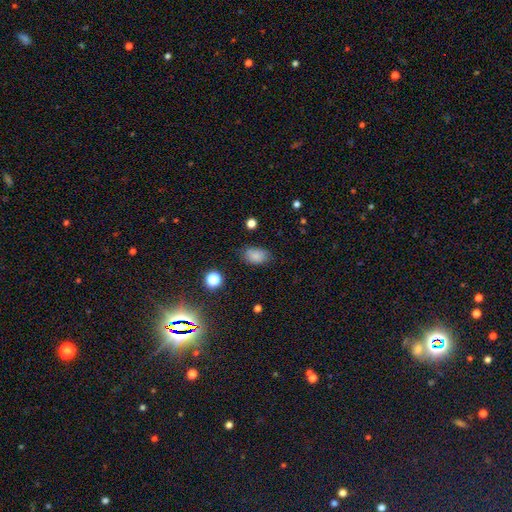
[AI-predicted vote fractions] A smooth galaxy with no disk features (82%) that is in between round and cigar-shaped (86%).

Vote fractions:
- Smooth or featured? smooth: 82% / star or artifact: 11% / featured or disk: 7%
- How rounded? in between: 86% / round: 13% / cigar-shaped: 1%
- Merging? none: 73% / minor disturbance: 21% / major disturbance: 5% / merger: 2%